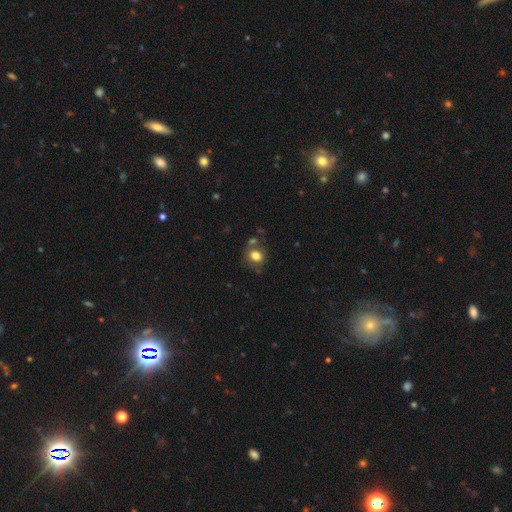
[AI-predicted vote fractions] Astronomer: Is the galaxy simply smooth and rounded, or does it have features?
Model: smooth — 76%.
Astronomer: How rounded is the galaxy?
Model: round — 55% (runner-up: in between, 44%).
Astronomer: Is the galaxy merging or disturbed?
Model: none — 61%.